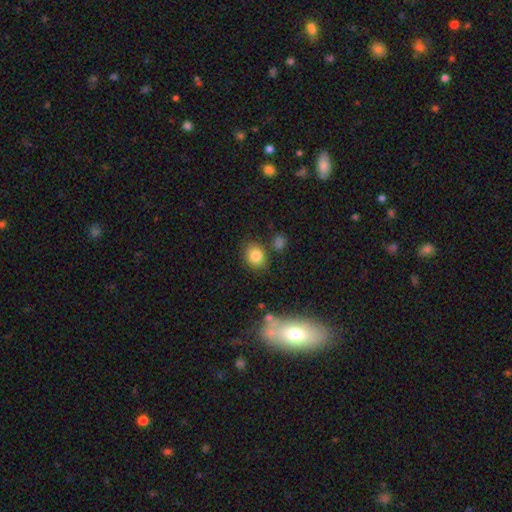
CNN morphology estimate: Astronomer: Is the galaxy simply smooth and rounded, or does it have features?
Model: smooth — 82%.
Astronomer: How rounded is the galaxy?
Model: round — 53% (runner-up: in between, 46%).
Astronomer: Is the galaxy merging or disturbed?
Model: none — 77%.